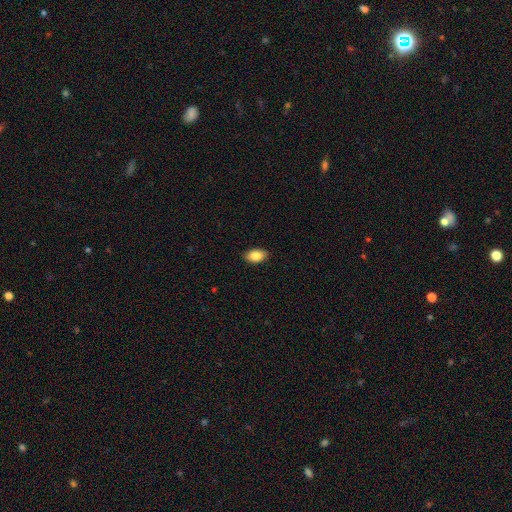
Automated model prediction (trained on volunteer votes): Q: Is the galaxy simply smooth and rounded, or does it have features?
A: smooth — 85%.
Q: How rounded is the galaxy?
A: in between — 92%.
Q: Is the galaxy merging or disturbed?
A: none — 89%.